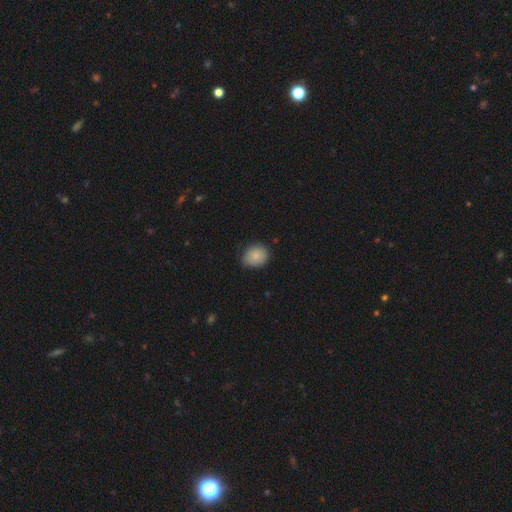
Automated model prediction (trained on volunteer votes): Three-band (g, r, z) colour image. It shows a smooth galaxy with no disk features (83%) that is round (55%). Merging: none (75%).